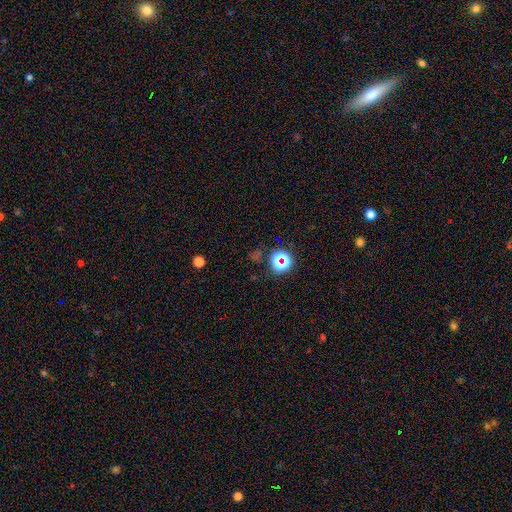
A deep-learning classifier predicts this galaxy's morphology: The model was most divided on "smooth or featured": star or artifact: 62%, smooth: 30%, featured or disk: 8%.